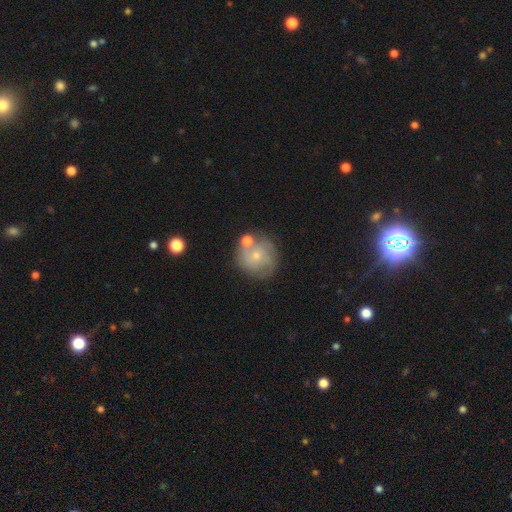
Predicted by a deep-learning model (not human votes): Smooth or featured? Predicted: smooth (p=0.46). Merging? Predicted: none (p=0.60).